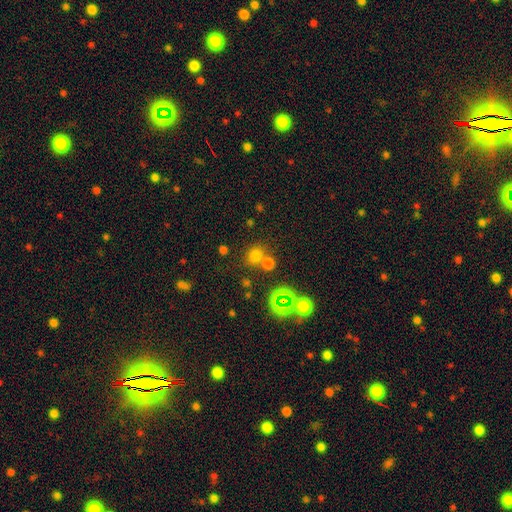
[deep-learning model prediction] Smooth or featured: smooth — 67% (star or artifact — 26%)
How rounded: round — 76% (in between — 23%)
Merging: none — 63% (merger — 23%)